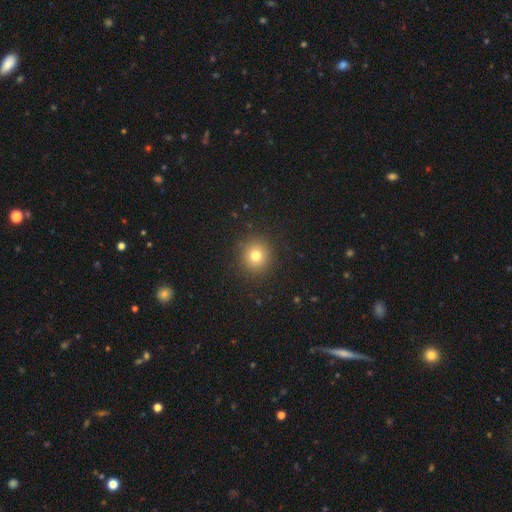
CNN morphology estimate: This appears to be a smooth galaxy with no disk features (77%) that is round (90%). Merging: none (90%).